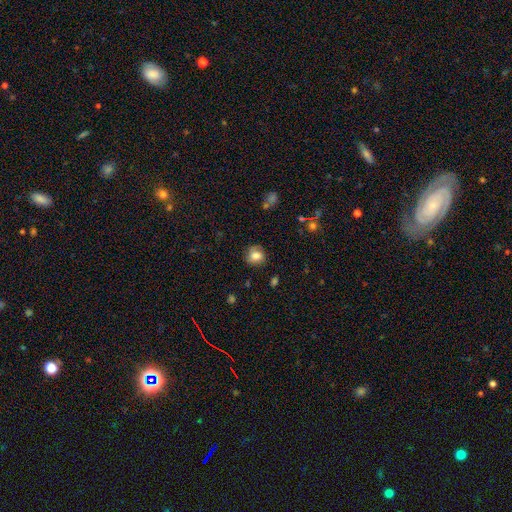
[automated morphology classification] smooth_or_featured: smooth (p=0.76) [alt: featured or disk p=0.14]
how_rounded: round (p=0.80) [alt: in between p=0.19]
merging: none (p=0.79) [alt: minor disturbance p=0.15]